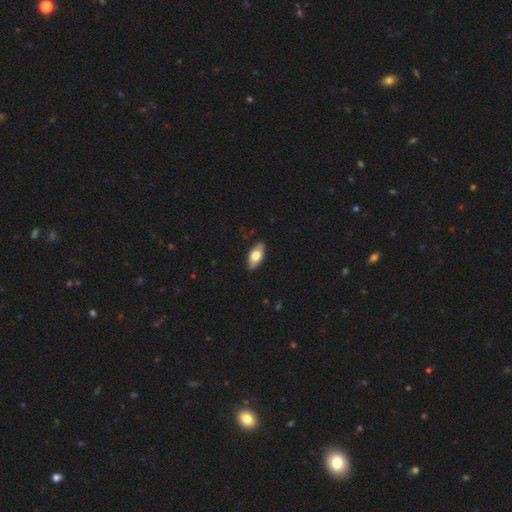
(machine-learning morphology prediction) This is likely a smooth galaxy (74%). How rounded: clearly in between (91%). Merging: clearly none (87%).